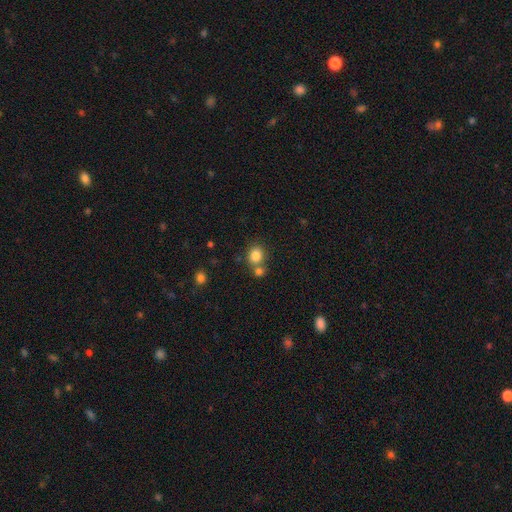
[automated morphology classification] The model was most divided on "merging": none: 57%, merger: 30%, minor disturbance: 9%, major disturbance: 3%. More confident: smooth or featured — smooth (83%); how rounded — round (71%).